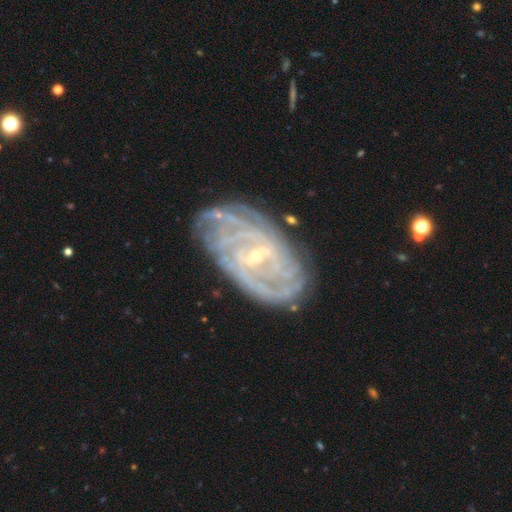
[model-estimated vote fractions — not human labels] A featured or disk galaxy (88%) with a weak bar (49%), tight (71%) spiral arms (95%) and a small central bulge (79%).

Vote fractions:
- Smooth or featured? featured or disk: 88% / smooth: 6% / star or artifact: 6%
- Edge-on disk? no: 96% / yes: 4%
- Bar? weak: 49% / strong: 28% / no: 22%
- Spiral arms? yes: 95% / no: 5%
- Spiral winding? tight: 71% / medium: 23% / loose: 6%
- Spiral arm count? can't tell: 35% / 4: 18% / 2: 15% / more than 4: 12% / 3: 12% / 1: 7%
- Bulge size? small: 79% / moderate: 17% / none: 2% / large: 1% / dominant: 1%
- Merging? none: 74% / minor disturbance: 18% / major disturbance: 6% / merger: 2%